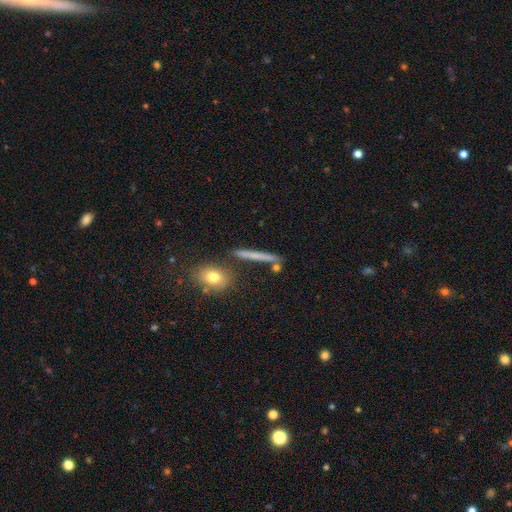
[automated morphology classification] type=smooth (57%); roundness=cigar-shaped (88%); merging=none (81%).